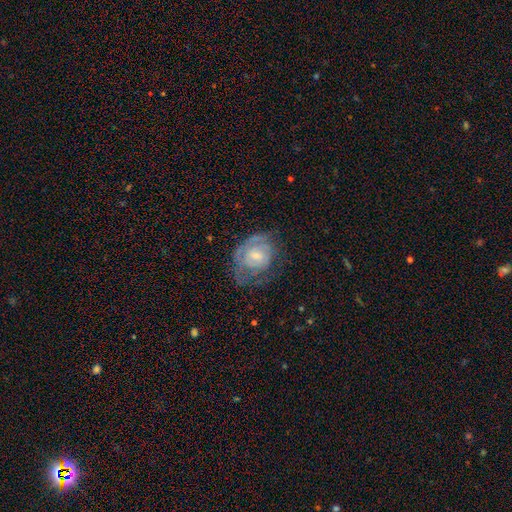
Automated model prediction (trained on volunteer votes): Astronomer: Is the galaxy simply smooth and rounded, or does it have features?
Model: featured or disk — 66%.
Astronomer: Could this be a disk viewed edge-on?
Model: no — 97%.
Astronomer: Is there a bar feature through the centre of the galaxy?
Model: no — 59% (runner-up: weak, 35%).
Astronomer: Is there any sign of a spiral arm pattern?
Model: yes — 72%.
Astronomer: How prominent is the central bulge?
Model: small — 52% (runner-up: moderate, 36%).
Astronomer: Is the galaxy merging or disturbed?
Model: none — 48% (runner-up: minor disturbance, 26%).